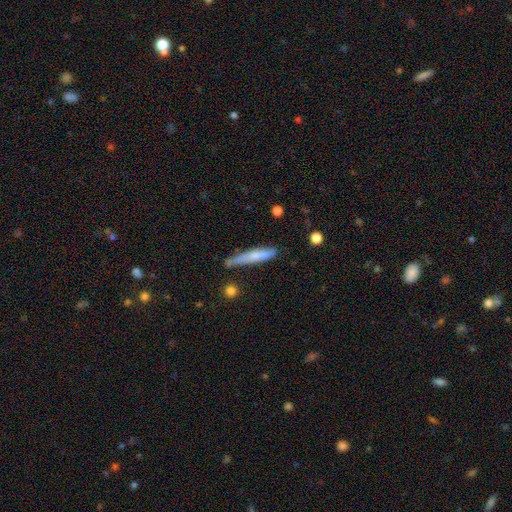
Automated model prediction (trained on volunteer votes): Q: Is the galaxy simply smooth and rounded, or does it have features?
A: smooth — 61%.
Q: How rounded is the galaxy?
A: cigar-shaped — 92%.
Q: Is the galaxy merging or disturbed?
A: none — 66%.